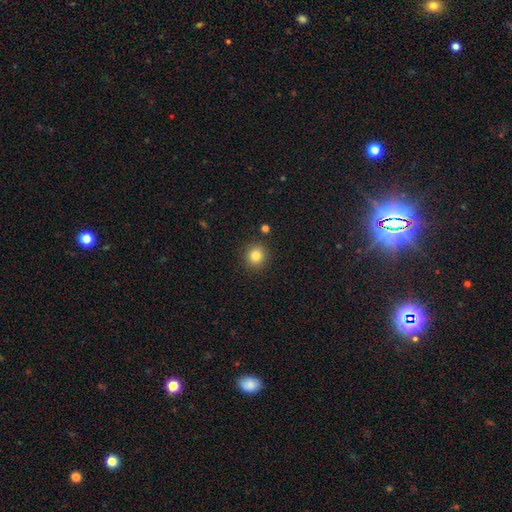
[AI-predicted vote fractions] Overall: smooth (83%). How rounded: round (91%). Merging: none (90%).